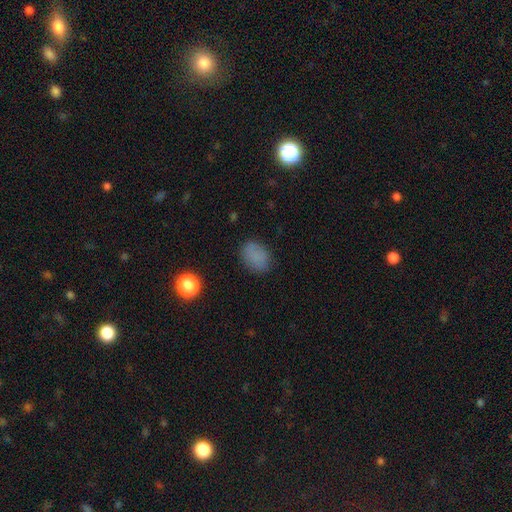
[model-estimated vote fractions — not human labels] A smooth galaxy with no disk features (81%) that is in between round and cigar-shaped (72%). Merging: none (80%).